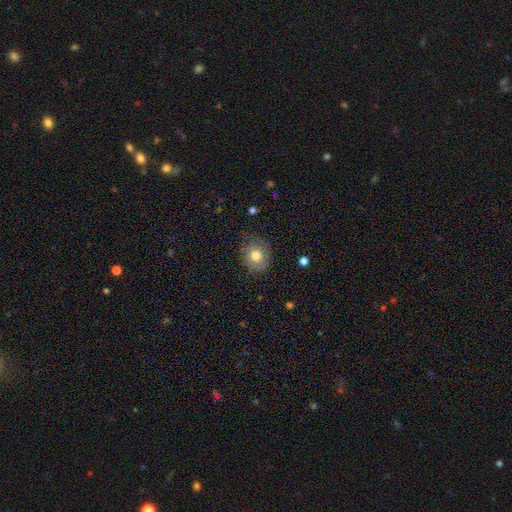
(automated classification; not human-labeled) The model was most divided on "how rounded": round: 75%, in between: 24%, cigar-shaped: 1%. More confident: merging — none (81%); smooth or featured — smooth (77%).